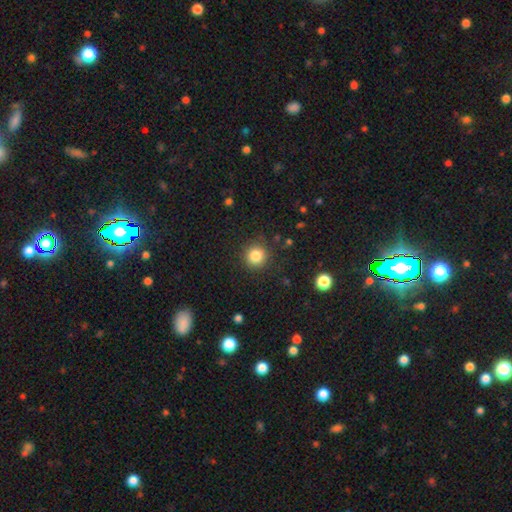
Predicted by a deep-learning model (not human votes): Q: Smooth or featured?
A: smooth (84%); runner-up: star or artifact (11%)
Q: How rounded?
A: round (93%); runner-up: in between (6%)
Q: Merging?
A: none (89%); runner-up: minor disturbance (7%)